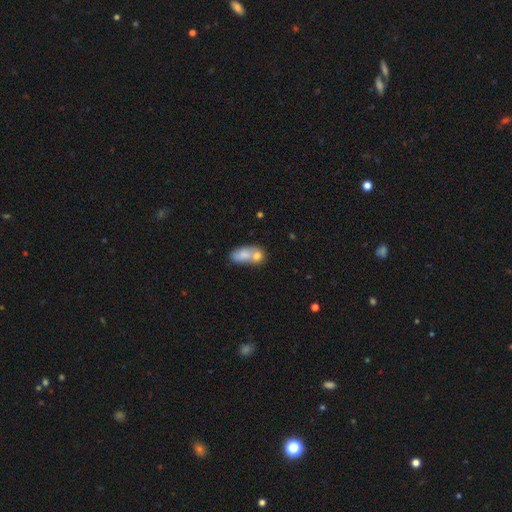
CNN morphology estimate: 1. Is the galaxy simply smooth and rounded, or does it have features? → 72% smooth, 19% featured or disk, 8% star or artifact.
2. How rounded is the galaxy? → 75% in between, 20% round, 5% cigar-shaped.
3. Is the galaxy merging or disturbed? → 62% merger, 23% none, 9% minor disturbance, 5% major disturbance.